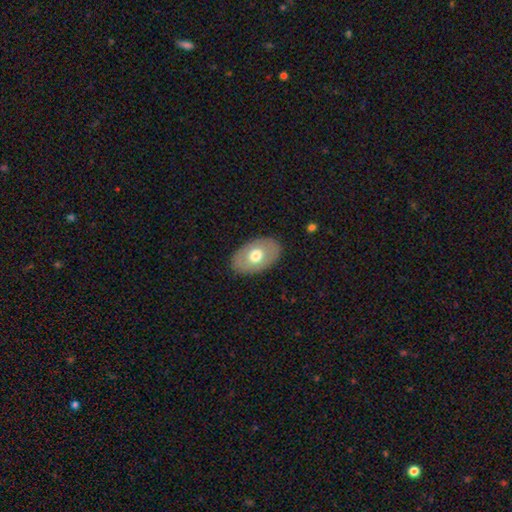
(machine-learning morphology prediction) Q: Smooth or featured?
A: smooth (61%); runner-up: featured or disk (33%)
Q: How rounded?
A: in between (87%); runner-up: round (12%)
Q: Merging?
A: none (86%); runner-up: minor disturbance (10%)